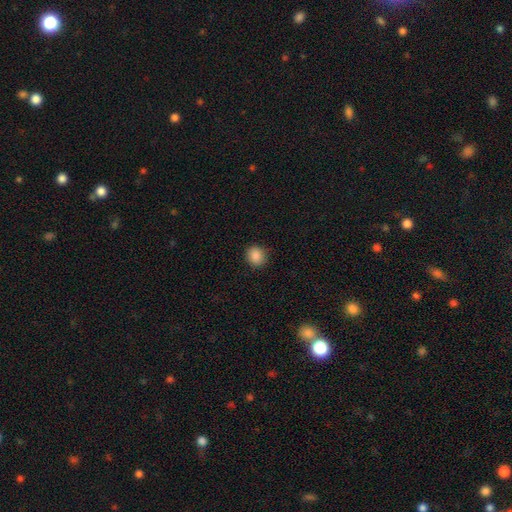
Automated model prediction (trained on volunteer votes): Smooth or featured? Predicted: smooth (p=0.88). How rounded? Predicted: round (p=0.81). Merging? Predicted: none (p=0.89).